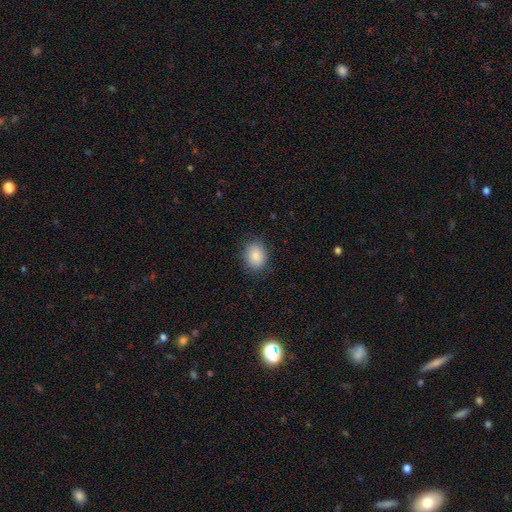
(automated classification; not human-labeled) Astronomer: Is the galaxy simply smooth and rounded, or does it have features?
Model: smooth — 85%.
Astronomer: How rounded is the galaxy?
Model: in between — 50% (runner-up: round, 49%).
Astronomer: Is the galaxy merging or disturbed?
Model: none — 85%.